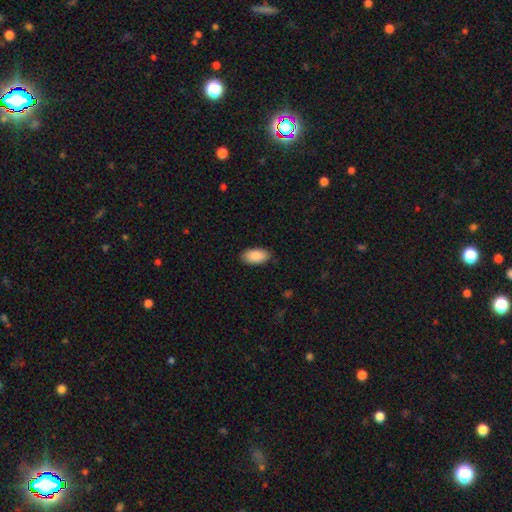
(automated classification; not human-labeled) smooth-or-featured: smooth: 90% | star or artifact: 6% | featured or disk: 4%
  how-rounded: in between: 95% | round: 3% | cigar-shaped: 2%
  merging: none: 86% | minor disturbance: 11% | major disturbance: 2% | merger: 1%